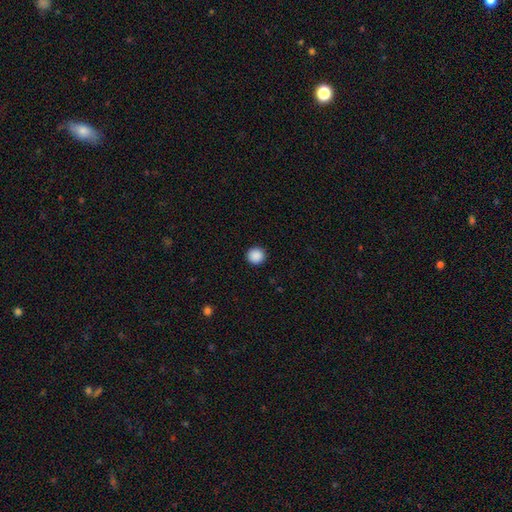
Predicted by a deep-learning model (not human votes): The model was most divided on "smooth or featured": smooth: 89%, star or artifact: 9%, featured or disk: 2%. More confident: how rounded — round (95%); merging — none (93%).